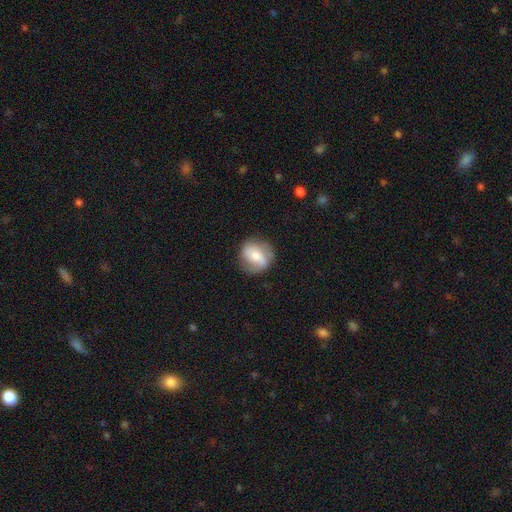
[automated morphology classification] Smooth or featured: smooth — 47% (featured or disk — 46%)
Merging: none — 74% (minor disturbance — 18%)